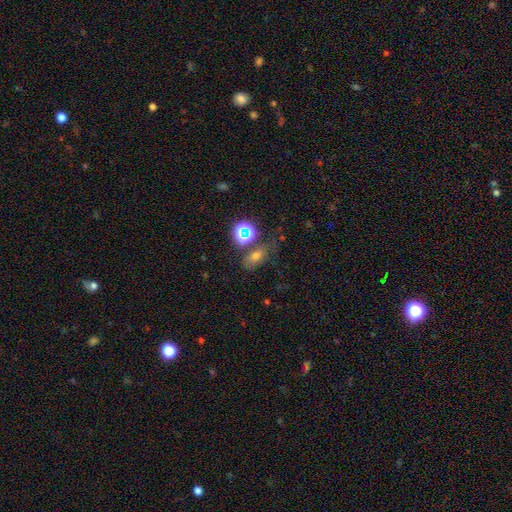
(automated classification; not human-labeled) Q: Smooth or featured?
A: smooth (51%); runner-up: star or artifact (29%)
Q: How rounded?
A: in between (74%); runner-up: round (21%)
Q: Merging?
A: none (55%); runner-up: minor disturbance (20%)